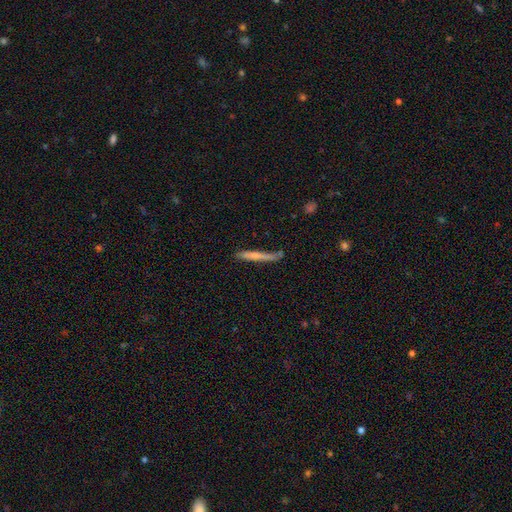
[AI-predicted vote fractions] smooth 65%, featured or disk 29%, star or artifact 6%. Down the decision tree: how rounded — cigar-shaped (96%); merging — none (66%).